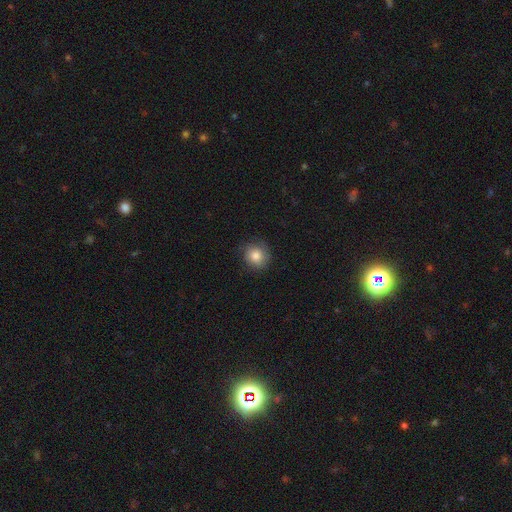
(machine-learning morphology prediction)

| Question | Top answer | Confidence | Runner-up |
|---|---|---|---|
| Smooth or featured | smooth | 82% | featured or disk (9%) |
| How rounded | round | 87% | in between (12%) |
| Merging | none | 80% | minor disturbance (15%) |